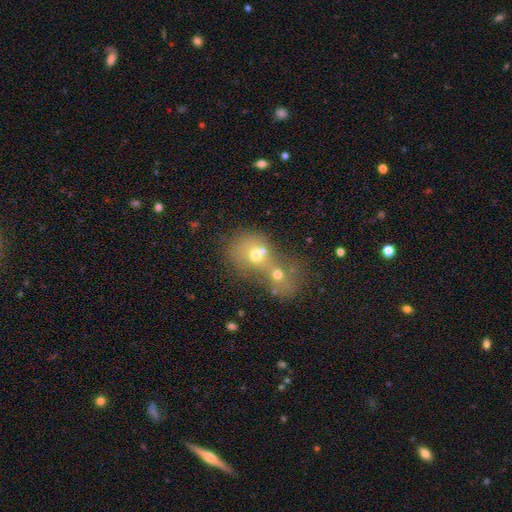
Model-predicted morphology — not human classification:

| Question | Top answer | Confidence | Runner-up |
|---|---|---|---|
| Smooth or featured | smooth | 55% | star or artifact (23%) |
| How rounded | round | 66% | in between (32%) |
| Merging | merger | 50% | none (37%) |